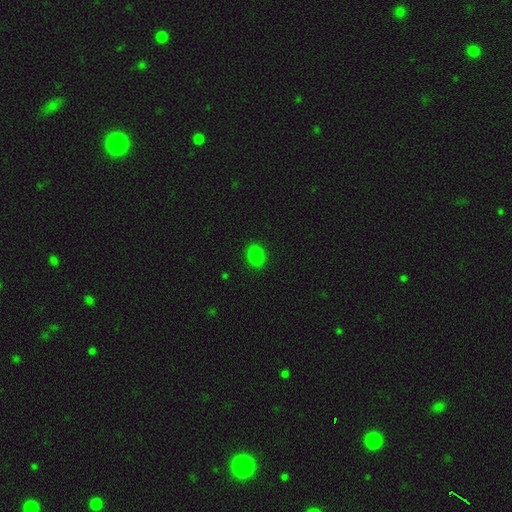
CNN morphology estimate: type=smooth (84%); roundness=in between (67%); merging=none (89%).